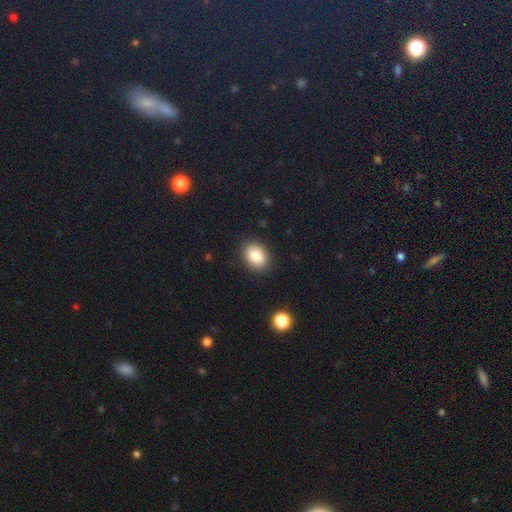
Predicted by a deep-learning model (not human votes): smooth 87%, star or artifact 8%, featured or disk 5%. Down the decision tree: how rounded — in between (65%); merging — none (88%).